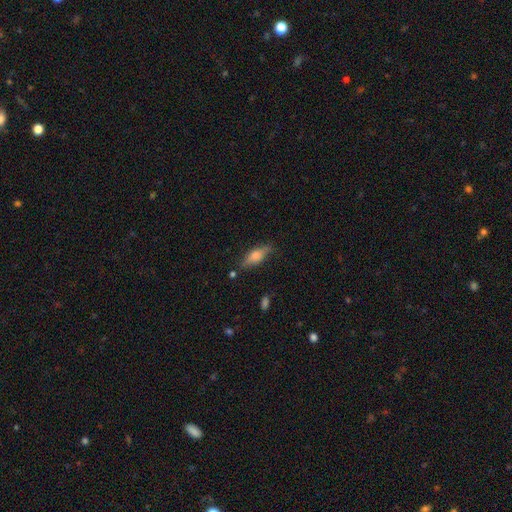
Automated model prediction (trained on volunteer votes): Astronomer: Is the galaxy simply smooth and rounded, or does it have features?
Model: smooth — 56% (runner-up: featured or disk, 36%).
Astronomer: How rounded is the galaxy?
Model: in between — 59% (runner-up: cigar-shaped, 38%).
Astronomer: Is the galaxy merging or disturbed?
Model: none — 75%.